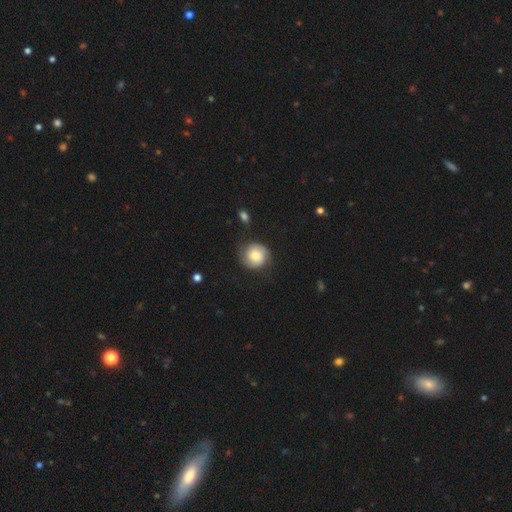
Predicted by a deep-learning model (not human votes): smooth 52%, featured or disk 40%, star or artifact 8%. Down the decision tree: how rounded — round (87%); merging — none (75%).